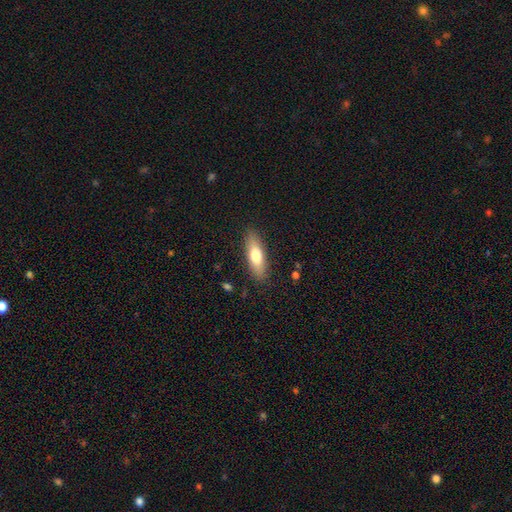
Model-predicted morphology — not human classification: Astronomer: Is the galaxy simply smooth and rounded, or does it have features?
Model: smooth — 72%.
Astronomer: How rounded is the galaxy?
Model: in between — 55% (runner-up: cigar-shaped, 43%).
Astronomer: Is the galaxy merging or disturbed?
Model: none — 86%.